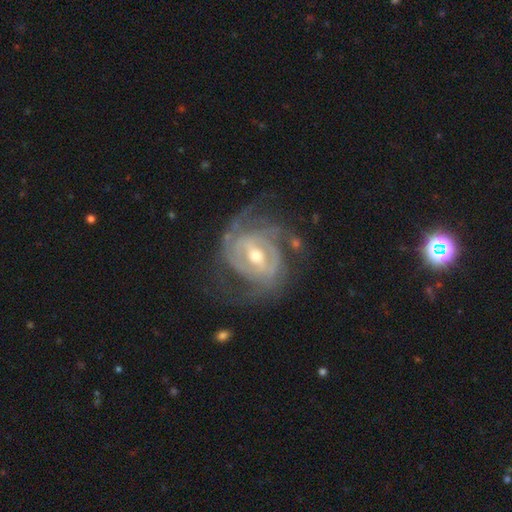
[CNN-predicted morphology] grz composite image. It shows a featured or disk galaxy (90%) with a weak bar (45%), 2 (38%) tight (56%) spiral arms (95%) and a moderate central bulge (64%). Merging: none (64%).